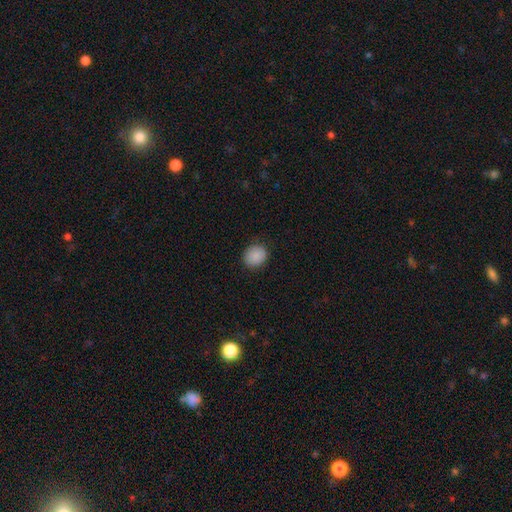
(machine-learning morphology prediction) A smooth galaxy with no disk features (88%) that is round (75%).

Vote fractions:
- Smooth or featured? smooth: 88% / star or artifact: 8% / featured or disk: 4%
- How rounded? round: 75% / in between: 24% / cigar-shaped: 1%
- Merging? none: 87% / minor disturbance: 9% / major disturbance: 2% / merger: 1%